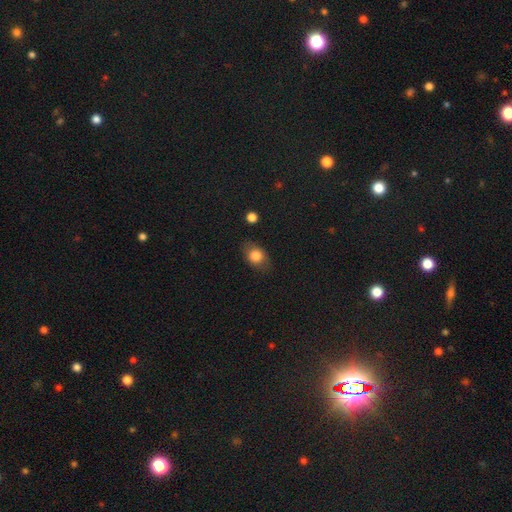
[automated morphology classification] smooth 79%, featured or disk 13%, star or artifact 9%. Down the decision tree: how rounded — in between (69%); merging — none (77%).